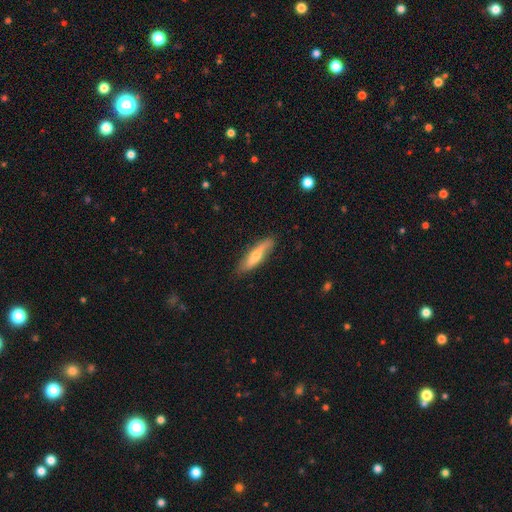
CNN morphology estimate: Q: Smooth or featured?
A: smooth (58%); runner-up: featured or disk (36%)
Q: How rounded?
A: cigar-shaped (76%); runner-up: in between (22%)
Q: Merging?
A: none (81%); runner-up: minor disturbance (15%)